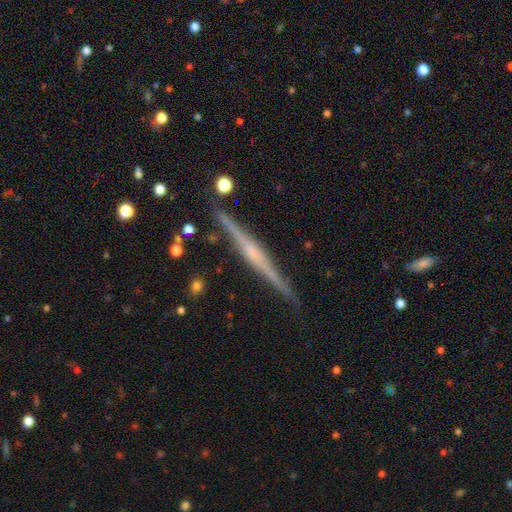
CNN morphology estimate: This appears to be a featured or disk galaxy (81%) viewed edge-on (98%) with a rounded central bulge (51%). Merging: none (90%).